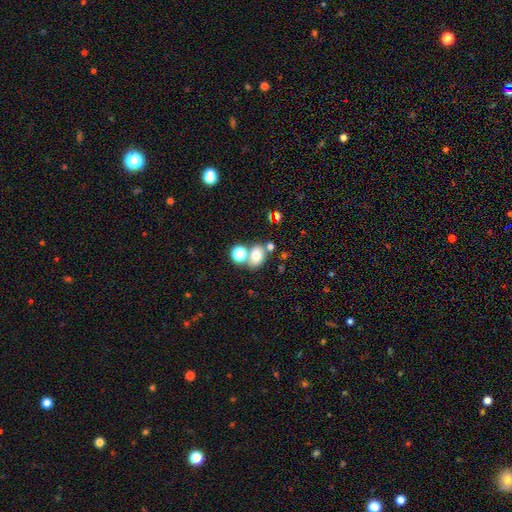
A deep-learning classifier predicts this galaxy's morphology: Smooth or featured? smooth (74%)
How rounded? in between (57%)
Merging? none (50%)